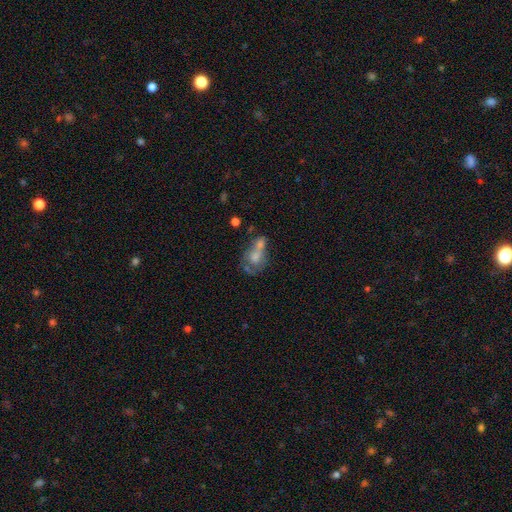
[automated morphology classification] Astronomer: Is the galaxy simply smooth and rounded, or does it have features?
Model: smooth — 56% (runner-up: featured or disk, 33%).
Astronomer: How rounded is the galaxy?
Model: in between — 66%.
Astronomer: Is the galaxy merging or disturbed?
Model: merger — 55%.